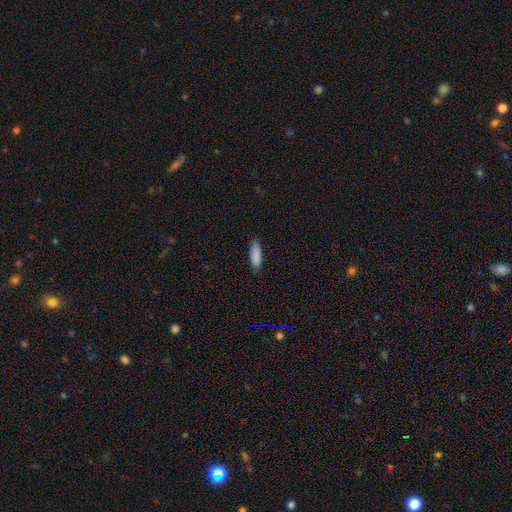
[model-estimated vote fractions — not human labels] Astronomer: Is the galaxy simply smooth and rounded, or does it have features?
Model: smooth — 87%.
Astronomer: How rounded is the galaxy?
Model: cigar-shaped — 53% (runner-up: in between, 46%).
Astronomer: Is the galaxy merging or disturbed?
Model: none — 82%.